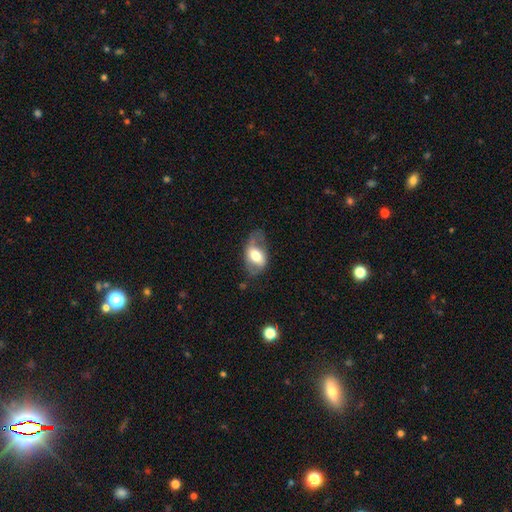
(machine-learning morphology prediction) This appears to be a smooth galaxy with no disk features (48%). Merging: none (43%).